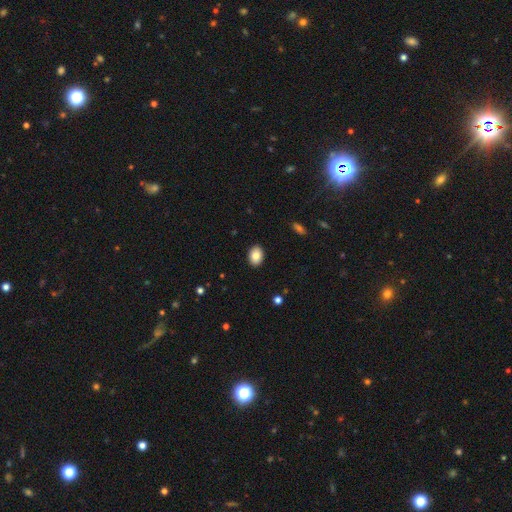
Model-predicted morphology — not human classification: A smooth galaxy with no disk features (83%) that is in between round and cigar-shaped (76%). Merging: none (90%).